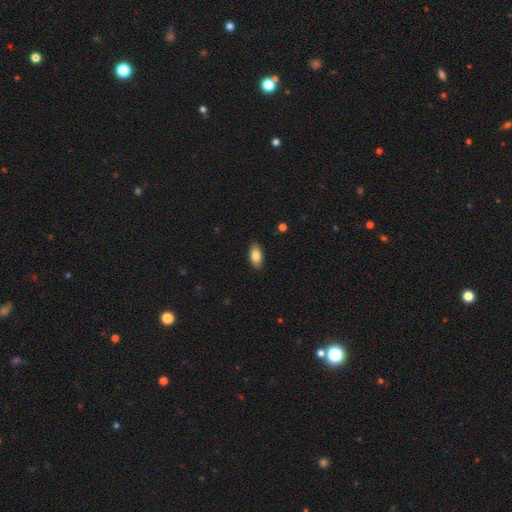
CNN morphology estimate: Smooth or featured? Predicted: smooth (p=0.83). How rounded? Predicted: in between (p=0.90). Merging? Predicted: none (p=0.88).